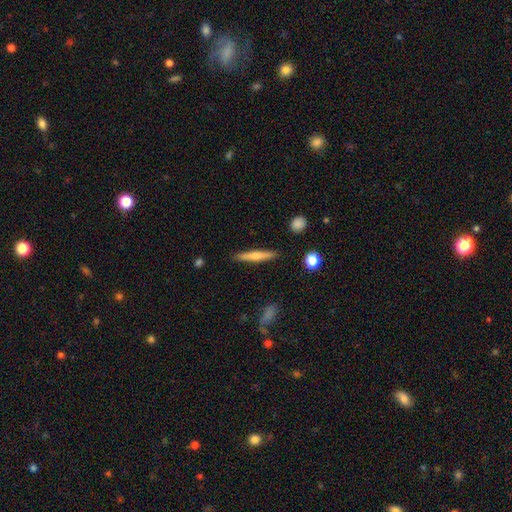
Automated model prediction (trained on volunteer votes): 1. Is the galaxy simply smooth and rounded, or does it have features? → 51% smooth, 43% featured or disk, 6% star or artifact.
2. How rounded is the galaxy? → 92% cigar-shaped, 6% in between, 2% round.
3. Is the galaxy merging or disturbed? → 90% none, 7% minor disturbance, 2% major disturbance, 2% merger.